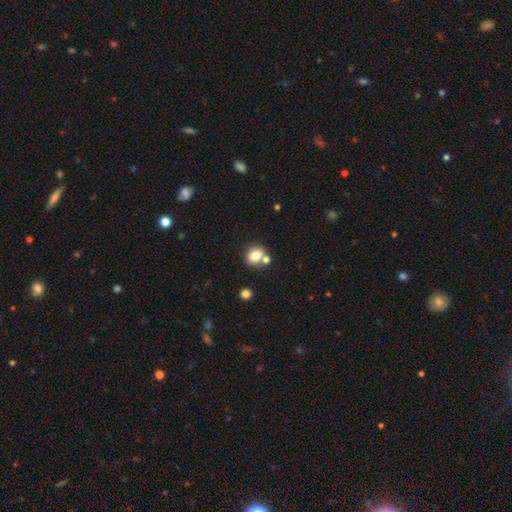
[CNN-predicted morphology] A smooth galaxy with no disk features (79%) that is round (75%). Merging: none (63%).